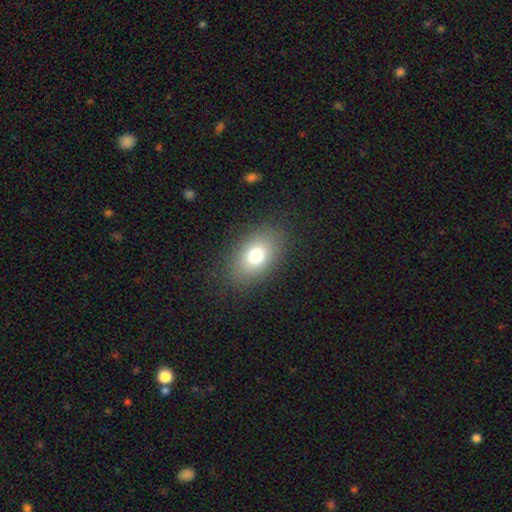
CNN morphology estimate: The model was most divided on "smooth or featured": smooth: 74%, featured or disk: 14%, star or artifact: 12%. More confident: merging — none (85%); how rounded — in between (81%).